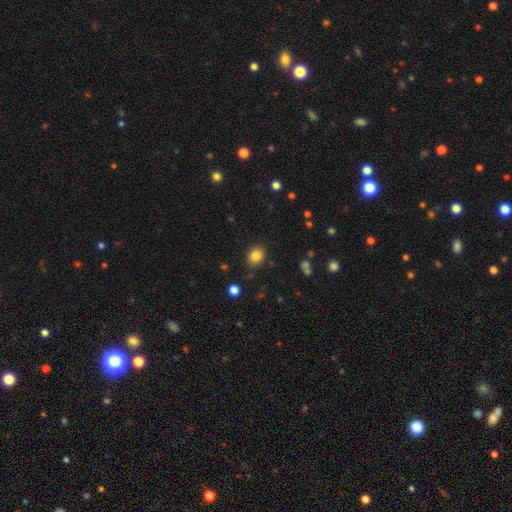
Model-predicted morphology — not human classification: Overall: smooth (83%). How rounded: round (65%; in between 34%). Merging: none (86%).